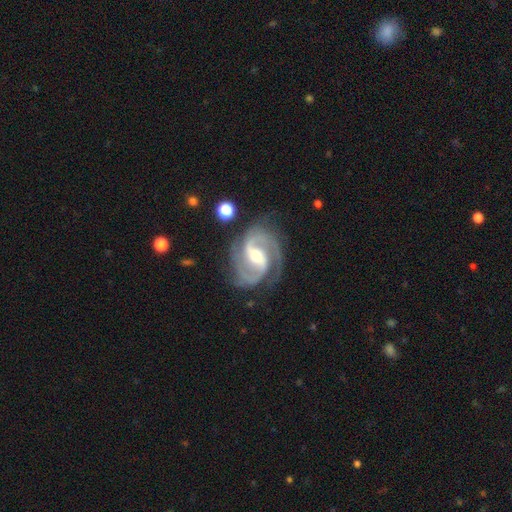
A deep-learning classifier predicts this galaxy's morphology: The model was most divided on "bar": weak: 44%, strong: 38%, no: 19%. More confident: spiral arms — yes (99%); edge-on disk — no (98%); smooth or featured — featured or disk (93%); merging — none (78%); spiral arm count — 2 (75%); bulge size — moderate (61%); spiral winding — medium (54%).